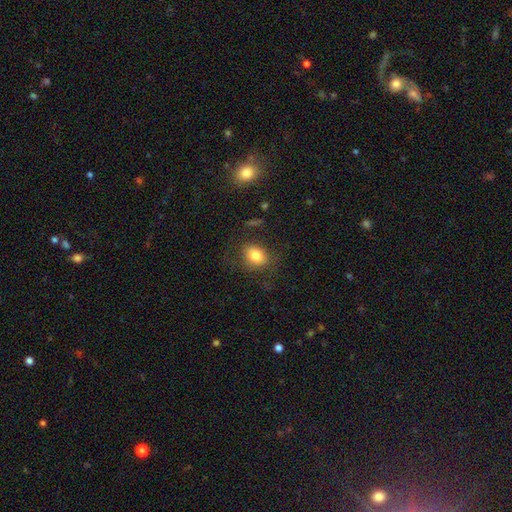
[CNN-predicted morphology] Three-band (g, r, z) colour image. It shows a smooth galaxy with no disk features (80%) that is in between round and cigar-shaped (62%). Merging: none (75%).